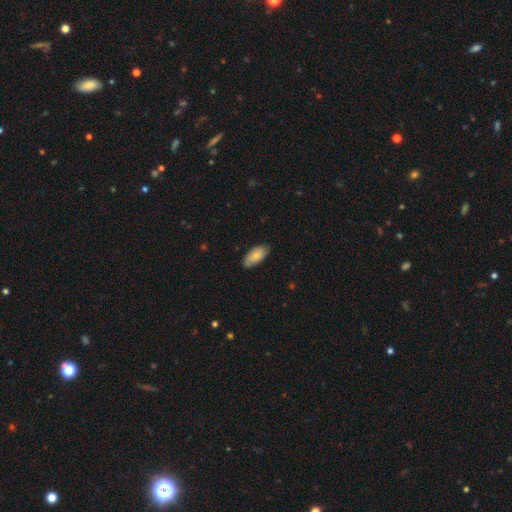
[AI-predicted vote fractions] smooth 70%, featured or disk 24%, star or artifact 6%. Down the decision tree: how rounded — in between (91%); merging — none (78%).